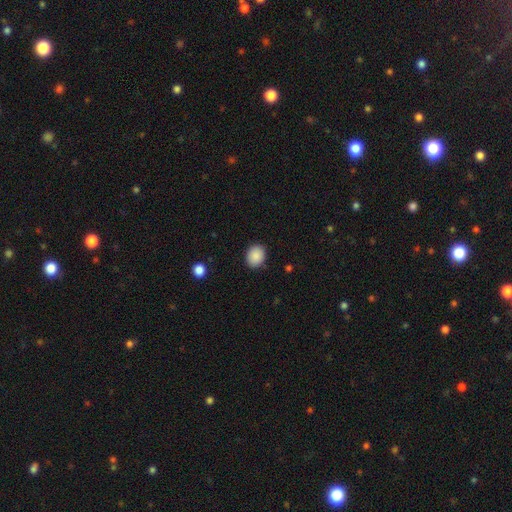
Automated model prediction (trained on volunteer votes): Q: Smooth or featured?
A: smooth (89%); runner-up: star or artifact (8%)
Q: How rounded?
A: round (55%); runner-up: in between (44%)
Q: Merging?
A: none (88%); runner-up: minor disturbance (9%)